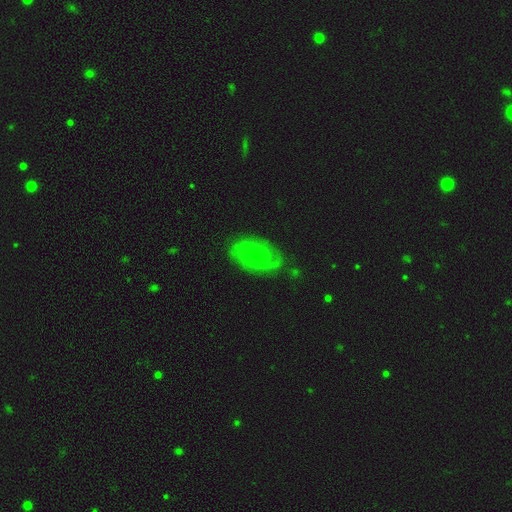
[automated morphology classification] Smooth or featured? featured or disk (71%)
Edge-on disk? no (97%)
Bar? no (74%)
Spiral arms? yes (91%)
Spiral winding? tight (49%)
Spiral arm count? 2 (50%)
Bulge size? small (76%)
Merging? none (76%)